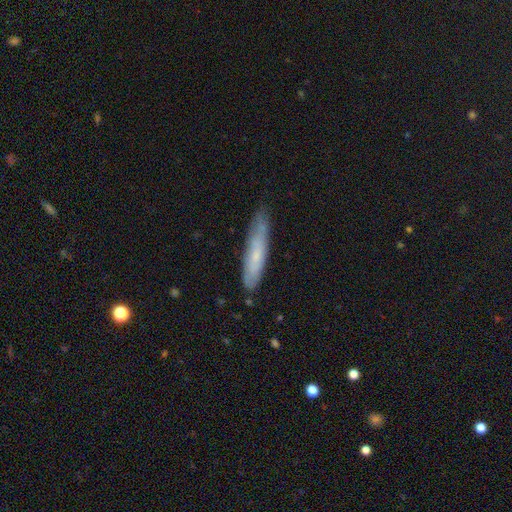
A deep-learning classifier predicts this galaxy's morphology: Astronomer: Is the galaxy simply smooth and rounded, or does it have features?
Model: smooth — 56% (runner-up: featured or disk, 37%).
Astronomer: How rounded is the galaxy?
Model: cigar-shaped — 86%.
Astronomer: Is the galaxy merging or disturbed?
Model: none — 75%.